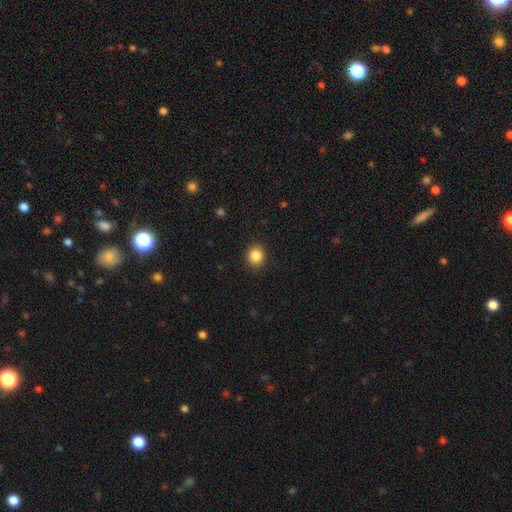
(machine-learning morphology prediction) A smooth galaxy with no disk features (86%) that is round (77%).

Vote fractions:
- Smooth or featured? smooth: 86% / star or artifact: 10% / featured or disk: 4%
- How rounded? round: 77% / in between: 22% / cigar-shaped: 1%
- Merging? none: 90% / minor disturbance: 7% / major disturbance: 2% / merger: 1%